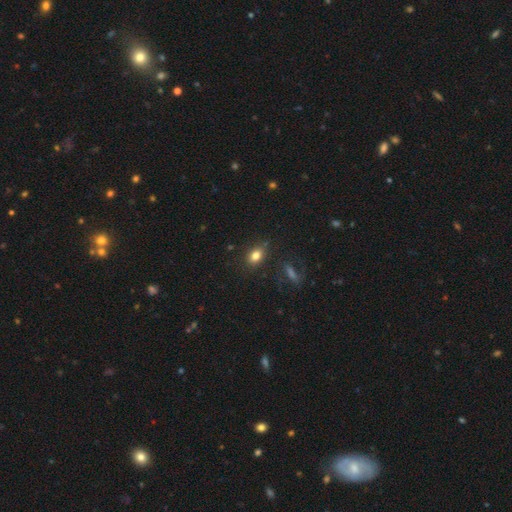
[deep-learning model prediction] This appears to be a smooth galaxy with no disk features (81%) that is in between round and cigar-shaped (71%). Merging: none (81%).